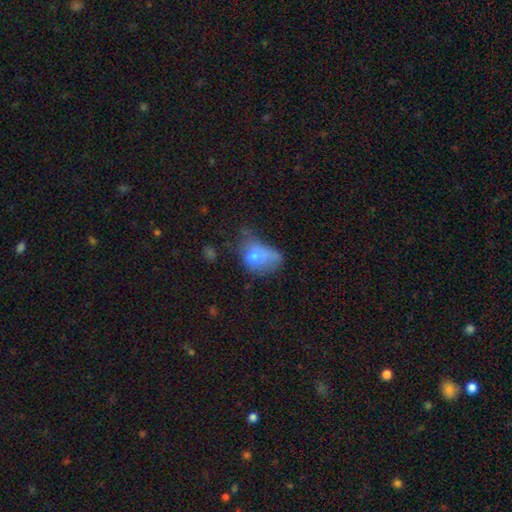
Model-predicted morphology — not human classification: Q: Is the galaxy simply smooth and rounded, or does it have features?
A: smooth — 66%.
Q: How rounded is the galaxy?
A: in between — 69%.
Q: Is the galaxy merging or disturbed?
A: major disturbance — 40%.